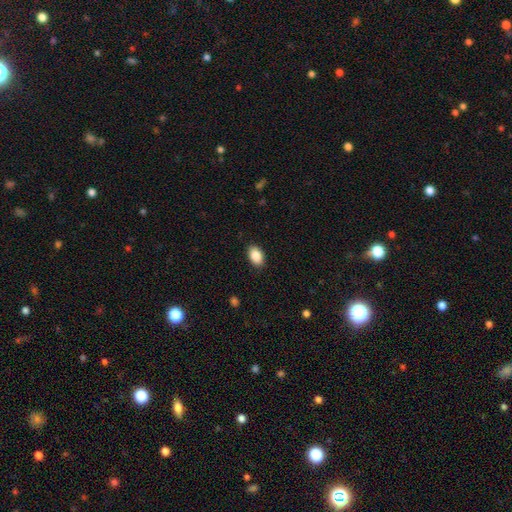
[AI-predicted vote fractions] Smooth or featured: smooth — 88% (star or artifact — 7%)
How rounded: in between — 91% (round — 8%)
Merging: none — 89% (minor disturbance — 8%)